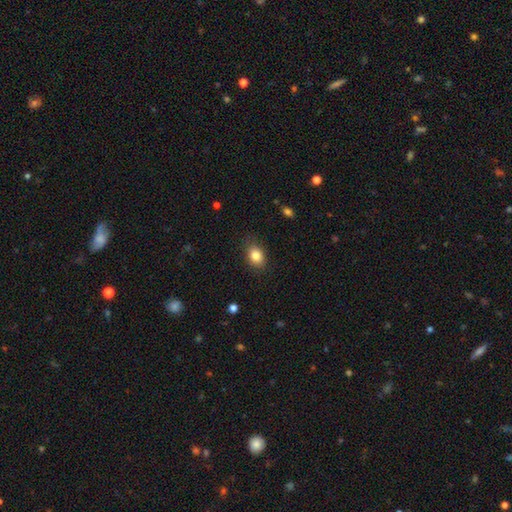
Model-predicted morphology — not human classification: smooth_or_featured: smooth (p=0.84) [alt: star or artifact p=0.09]
how_rounded: in between (p=0.73) [alt: round p=0.26]
merging: none (p=0.83) [alt: minor disturbance p=0.13]